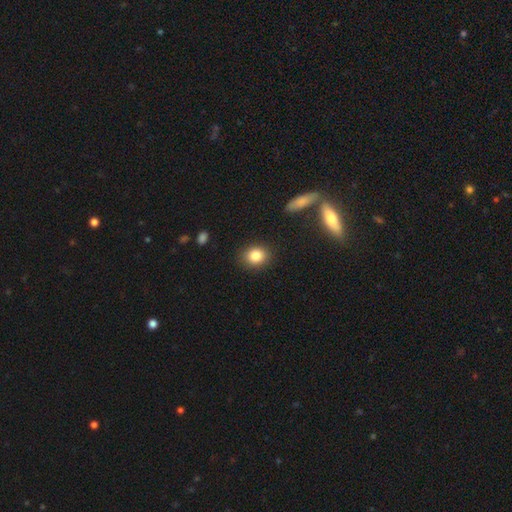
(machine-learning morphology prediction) Smooth or featured: smooth — 83% (star or artifact — 10%)
How rounded: round — 63% (in between — 36%)
Merging: none — 88% (minor disturbance — 8%)